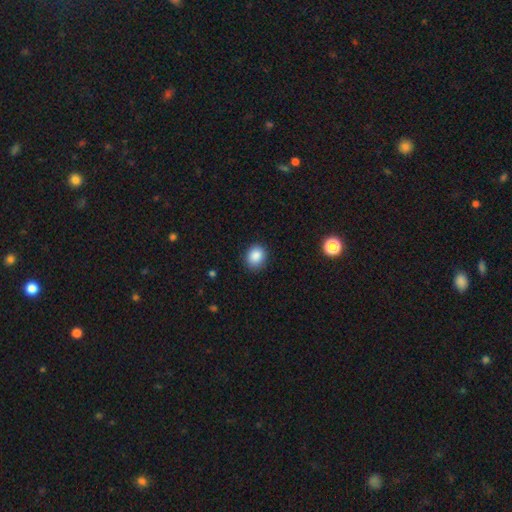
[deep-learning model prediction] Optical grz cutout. It shows a smooth galaxy with no disk features (87%) that is round (65%). Merging: none (88%).